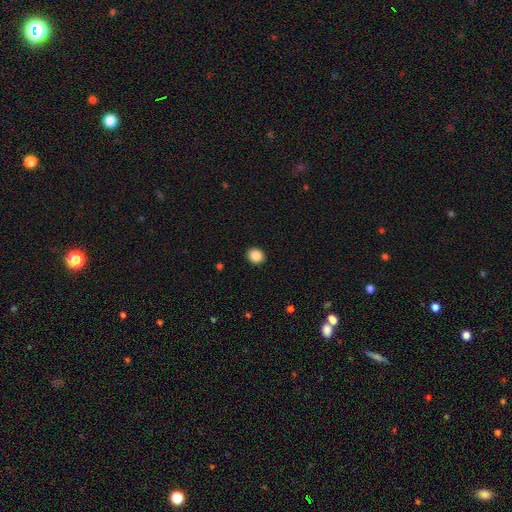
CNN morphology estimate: A smooth galaxy with no disk features (88%) that is round (65%). Merging: none (92%).